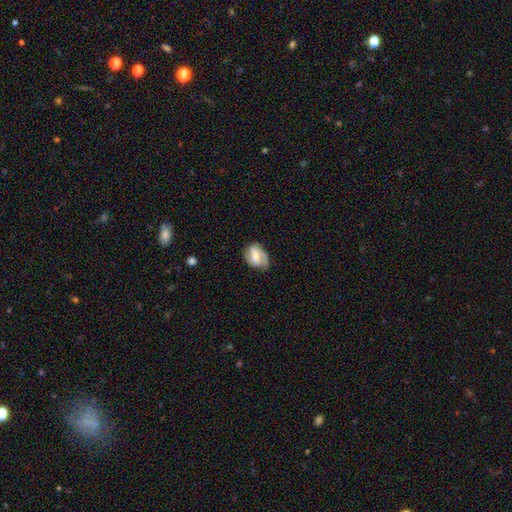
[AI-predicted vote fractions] smooth_or_featured: featured or disk (p=0.63) [alt: smooth p=0.30]
disk_edge_on: no (p=0.96) [alt: yes p=0.04]
bar: weak (p=0.42) [alt: strong p=0.33]
has_spiral_arms: yes (p=0.87) [alt: no p=0.13]
spiral_winding: medium (p=0.44) [alt: tight p=0.31]
spiral_arm_count: 2 (p=0.75) [alt: can't tell p=0.10]
bulge_size: moderate (p=0.55) [alt: small p=0.33]
merging: none (p=0.67) [alt: minor disturbance p=0.23]